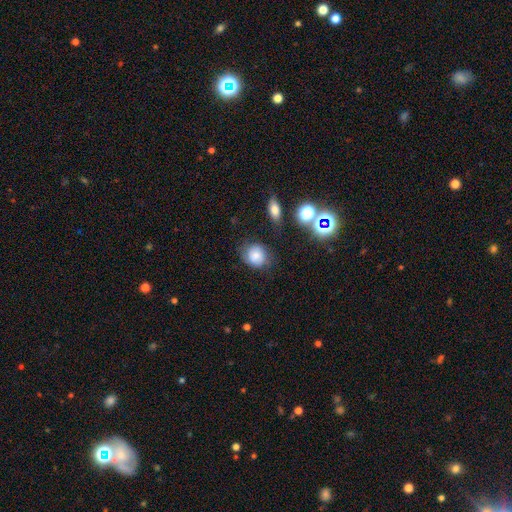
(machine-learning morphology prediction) This is likely a smooth galaxy (75%). How rounded: likely round (69%). Merging: likely none (67%).